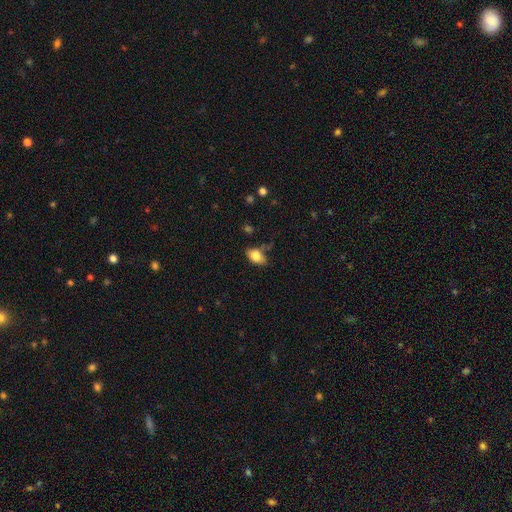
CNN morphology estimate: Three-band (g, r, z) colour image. It shows a smooth galaxy with no disk features (79%) that is in between round and cigar-shaped (84%). Merging: none (62%).